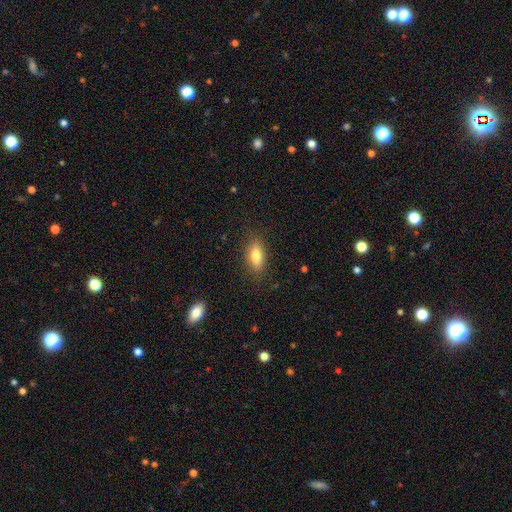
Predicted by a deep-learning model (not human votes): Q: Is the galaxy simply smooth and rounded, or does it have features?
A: smooth — 78%.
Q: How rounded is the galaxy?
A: in between — 80%.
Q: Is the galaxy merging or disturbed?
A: none — 84%.